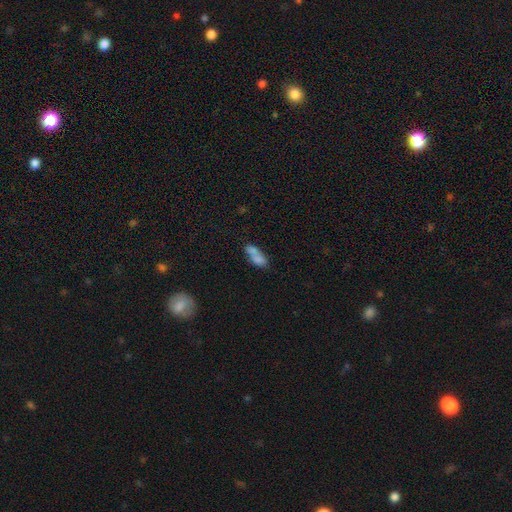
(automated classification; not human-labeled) A smooth galaxy with no disk features (70%) that is in between round and cigar-shaped (79%).

Vote fractions:
- Smooth or featured? smooth: 70% / featured or disk: 20% / star or artifact: 10%
- How rounded? in between: 79% / cigar-shaped: 14% / round: 6%
- Merging? merger: 47% / none: 31% / minor disturbance: 14% / major disturbance: 8%